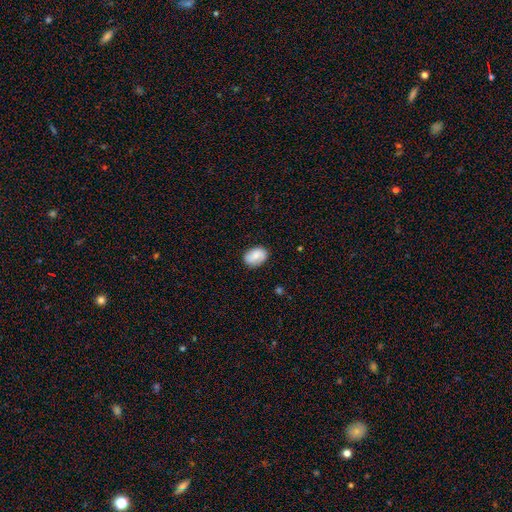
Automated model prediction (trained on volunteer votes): This is likely a smooth galaxy (72%). How rounded: likely in between (80%). Merging: clearly none (81%).